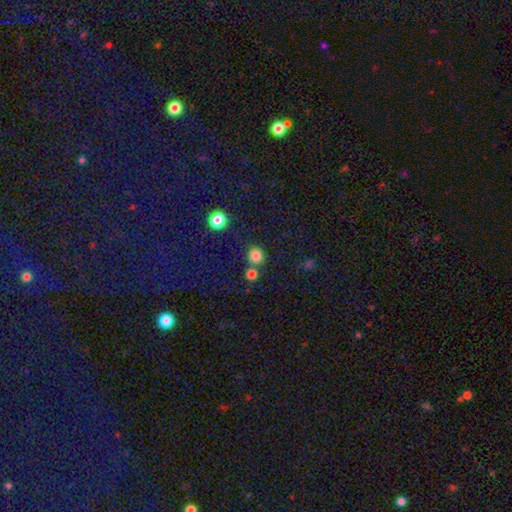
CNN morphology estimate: Smooth or featured: smooth — 81% (star or artifact — 14%)
How rounded: round — 90% (in between — 9%)
Merging: none — 77% (merger — 13%)